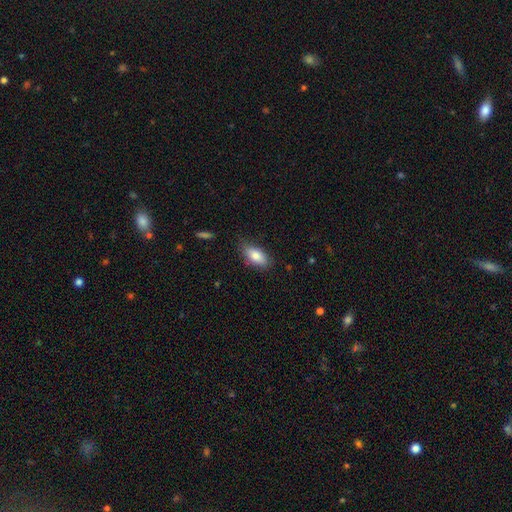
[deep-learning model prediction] This appears to be a smooth galaxy with no disk features (82%) that is in between round and cigar-shaped (88%). Merging: none (76%).